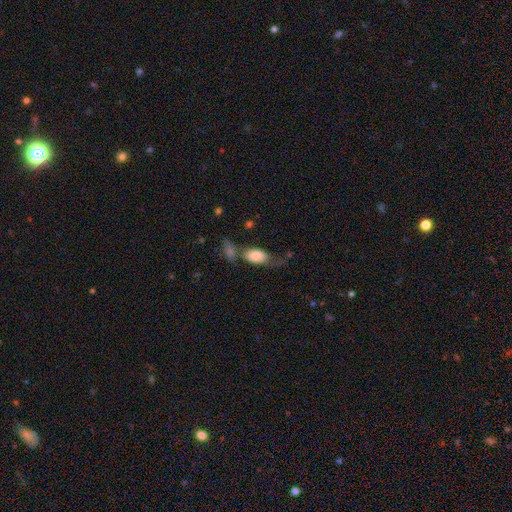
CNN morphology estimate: Q: Smooth or featured?
A: smooth (81%); runner-up: featured or disk (12%)
Q: How rounded?
A: in between (92%); runner-up: cigar-shaped (4%)
Q: Merging?
A: none (32%); runner-up: merger (29%)